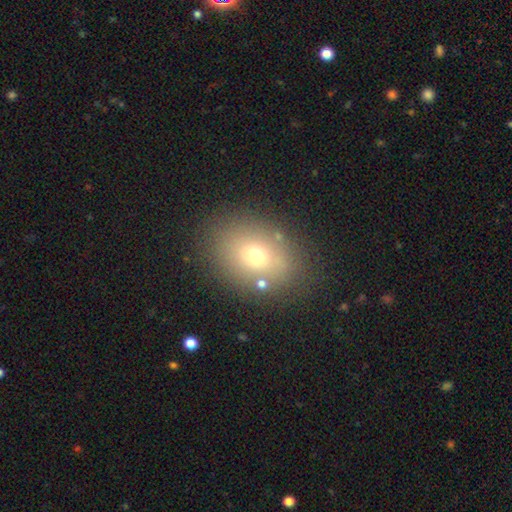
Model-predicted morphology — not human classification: Q: Smooth or featured?
A: smooth (68%); runner-up: featured or disk (17%)
Q: How rounded?
A: in between (61%); runner-up: round (38%)
Q: Merging?
A: none (81%); runner-up: minor disturbance (11%)